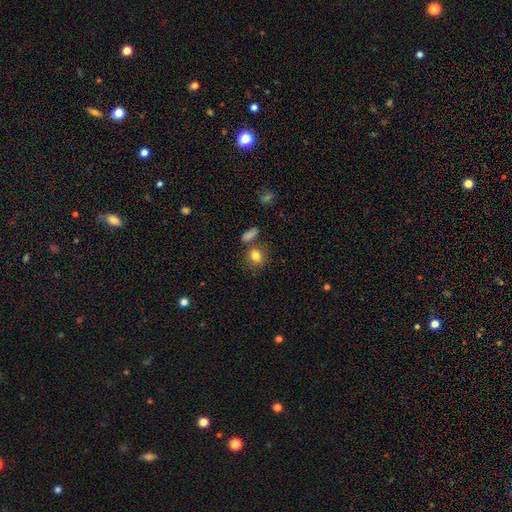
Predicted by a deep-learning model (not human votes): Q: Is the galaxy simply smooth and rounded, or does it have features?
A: smooth — 82%.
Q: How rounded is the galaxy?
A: round — 64%.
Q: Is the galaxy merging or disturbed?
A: none — 67%.